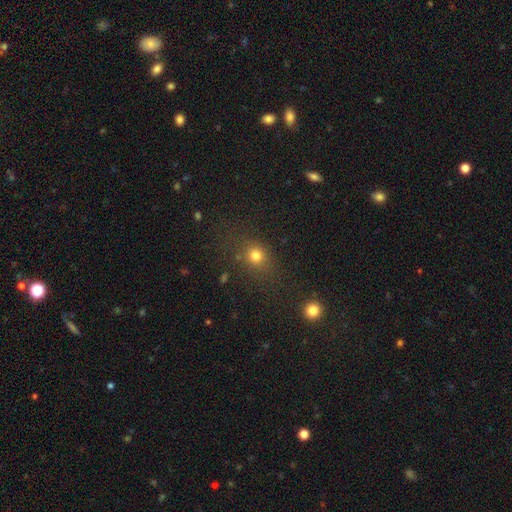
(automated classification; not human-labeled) Smooth or featured?
  - smooth: 75% *
  - star or artifact: 17%
  - featured or disk: 8%
How rounded?
  - round: 73% *
  - in between: 25%
  - cigar-shaped: 2%
Merging?
  - none: 75% *
  - minor disturbance: 13%
  - major disturbance: 8%
  - merger: 5%